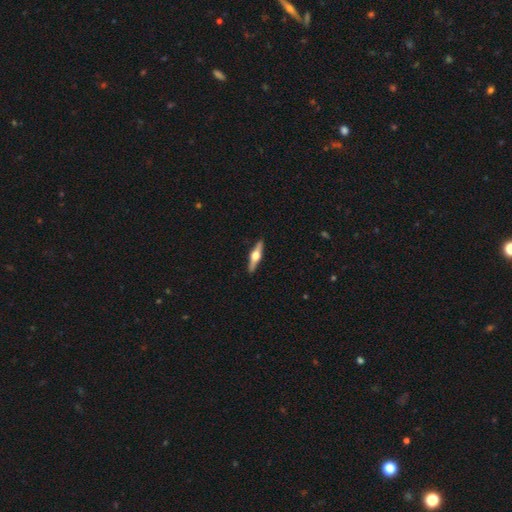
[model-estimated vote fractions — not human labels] Smooth or featured? featured or disk (70%)
Edge-on disk? yes (97%)
Edge-on bulge? rounded (96%)
Merging? none (91%)